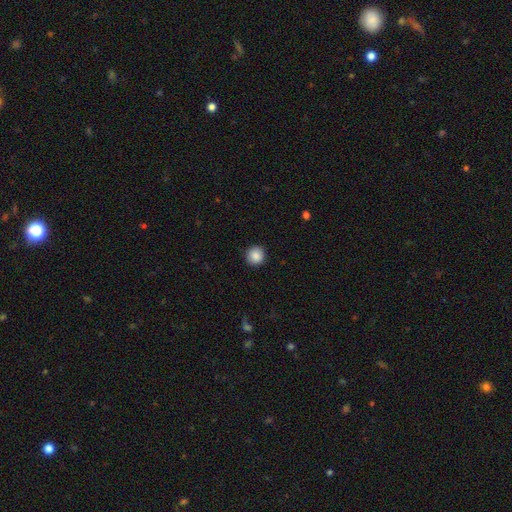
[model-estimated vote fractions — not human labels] This is clearly a smooth galaxy (88%). How rounded: clearly round (94%). Merging: clearly none (92%).